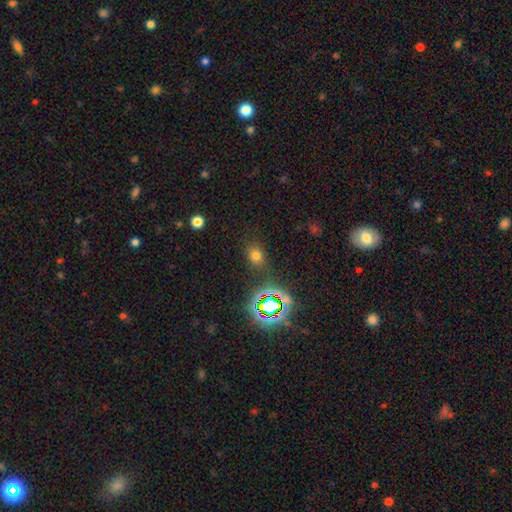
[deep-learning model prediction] smooth-or-featured: smooth: 66% | star or artifact: 27% | featured or disk: 8%
  how-rounded: round: 53% | in between: 45% | cigar-shaped: 2%
  merging: none: 79% | minor disturbance: 12% | major disturbance: 5% | merger: 4%